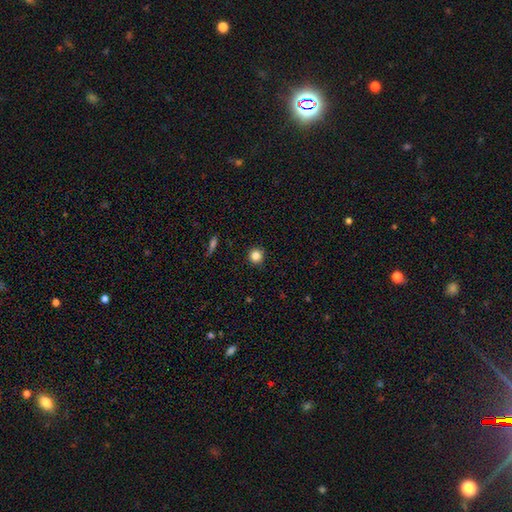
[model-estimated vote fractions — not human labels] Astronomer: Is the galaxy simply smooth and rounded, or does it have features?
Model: smooth — 84%.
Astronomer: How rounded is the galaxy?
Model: round — 94%.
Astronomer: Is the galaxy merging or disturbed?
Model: none — 91%.